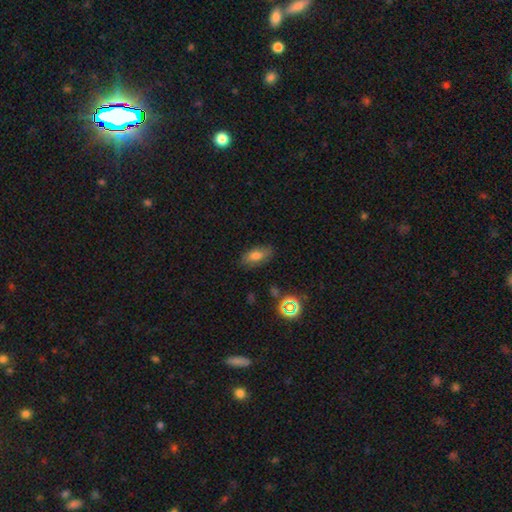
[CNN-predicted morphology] This is likely a smooth galaxy (73%). How rounded: clearly in between (86%). Merging: clearly none (81%).